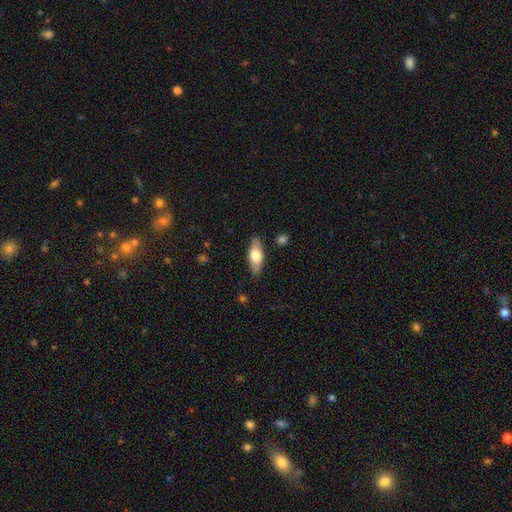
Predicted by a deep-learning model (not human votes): smooth-or-featured: smooth: 61% | featured or disk: 33% | star or artifact: 6%
  how-rounded: in between: 72% | cigar-shaped: 26% | round: 3%
  merging: none: 85% | minor disturbance: 12% | major disturbance: 2% | merger: 1%